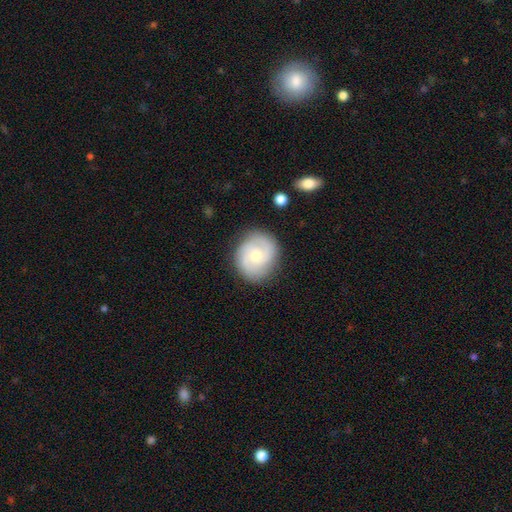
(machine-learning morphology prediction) This is likely a featured or disk galaxy (63%). It is clearly not viewed edge-on (98%). Bar: likely no (66%). Spiral arm pattern: clearly yes (88%). Spiral arm count: likely 2 (60%). Spiral winding: possibly tight (48%). Central bulge: possibly moderate (59%). Merging: clearly none (83%).